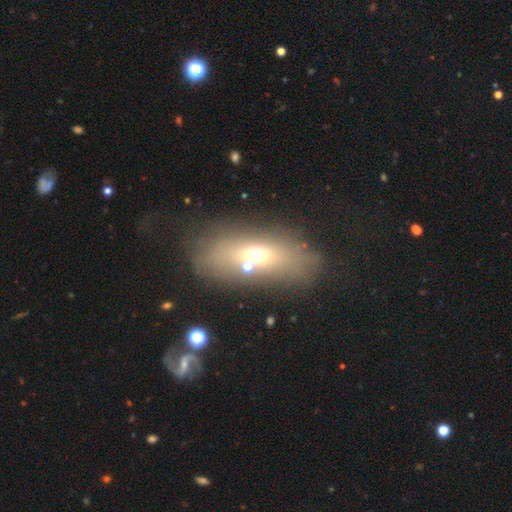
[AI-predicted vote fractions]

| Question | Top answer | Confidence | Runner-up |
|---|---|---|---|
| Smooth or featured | smooth | 55% | featured or disk (29%) |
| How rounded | in between | 73% | cigar-shaped (15%) |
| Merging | none | 67% | minor disturbance (13%) |